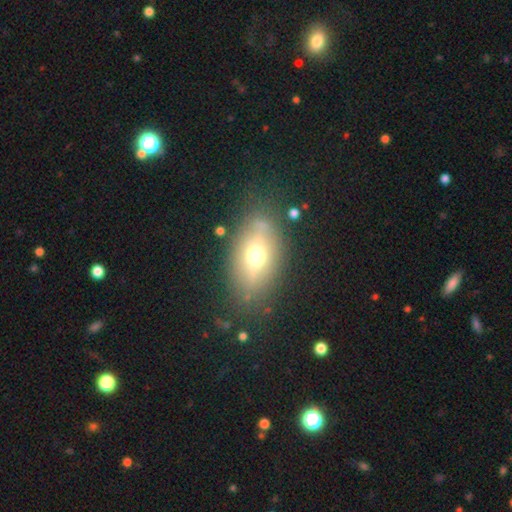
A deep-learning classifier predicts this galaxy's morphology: The model was most divided on "smooth or featured": featured or disk: 48%, smooth: 42%, star or artifact: 10%. More confident: merging — none (77%).